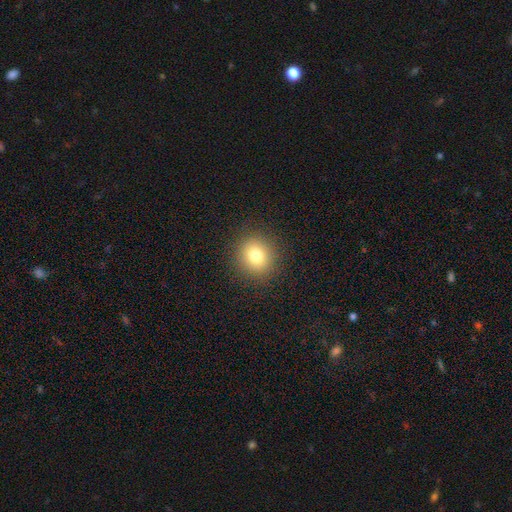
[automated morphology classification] Smooth or featured? smooth (79%)
How rounded? round (86%)
Merging? none (90%)